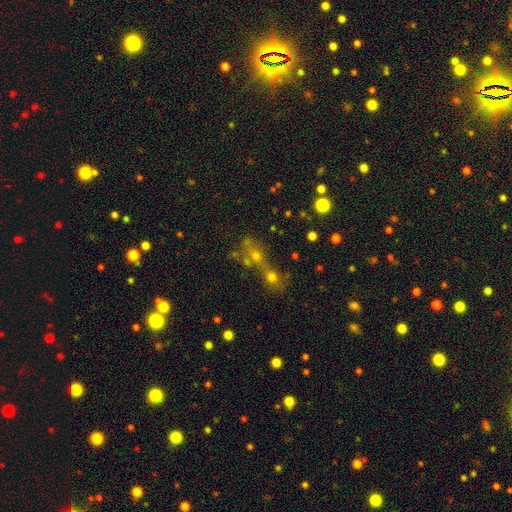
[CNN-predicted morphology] This appears to be a smooth galaxy with no disk features (54%) that is round (57%). Merging: merger (61%).